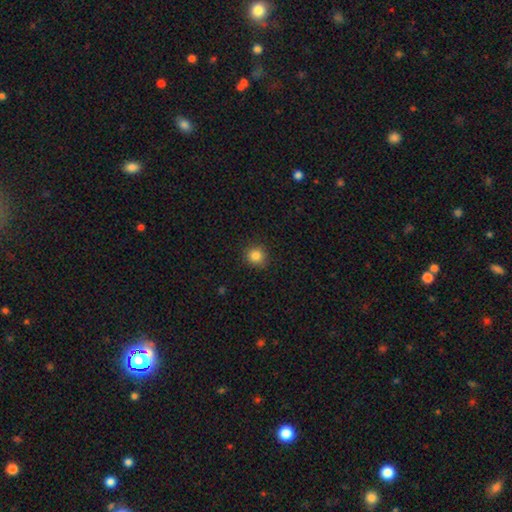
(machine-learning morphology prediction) smooth-or-featured: smooth: 84% | star or artifact: 11% | featured or disk: 5%
  how-rounded: round: 89% | in between: 10% | cigar-shaped: 1%
  merging: none: 89% | minor disturbance: 8% | major disturbance: 2% | merger: 1%